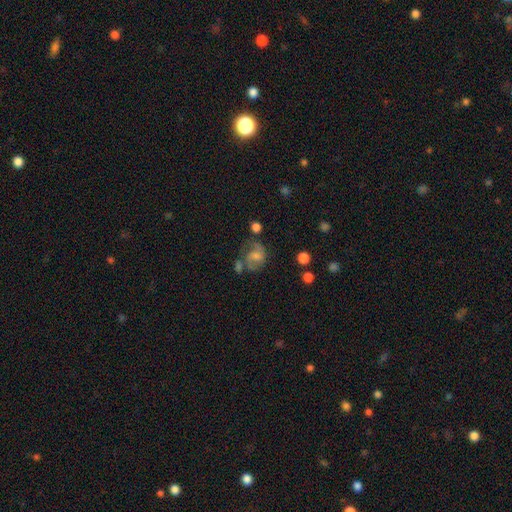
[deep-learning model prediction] This is likely a featured or disk galaxy (61%). It is clearly not viewed edge-on (97%). Bar: possibly no (56%). Spiral arm pattern: clearly yes (82%). Central bulge: marginally moderate (43%). Merging: possibly none (46%).